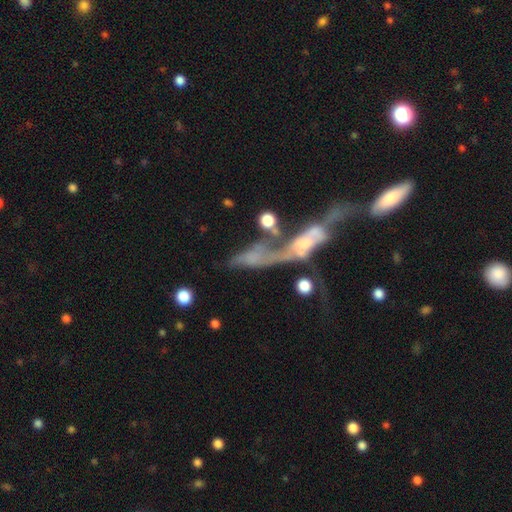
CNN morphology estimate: type=featured or disk (57%); edge-on=no (77%); merging=merger (55%).